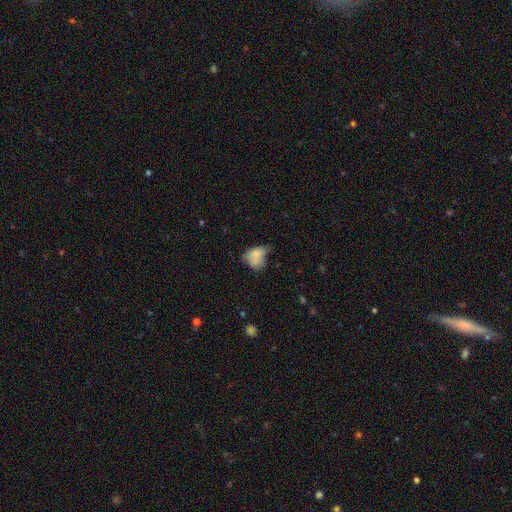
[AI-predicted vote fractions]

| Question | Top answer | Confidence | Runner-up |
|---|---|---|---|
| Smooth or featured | smooth | 68% | featured or disk (21%) |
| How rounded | in between | 70% | round (28%) |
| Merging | minor disturbance | 32% | none (27%) |